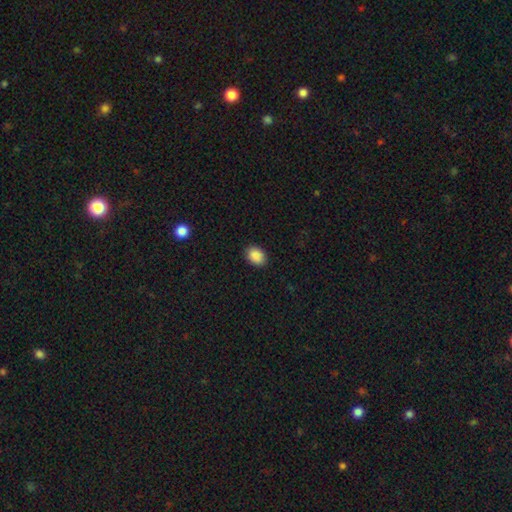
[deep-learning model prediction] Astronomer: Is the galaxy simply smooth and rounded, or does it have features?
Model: smooth — 90%.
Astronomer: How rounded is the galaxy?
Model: in between — 66%.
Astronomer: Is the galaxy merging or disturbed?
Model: none — 88%.